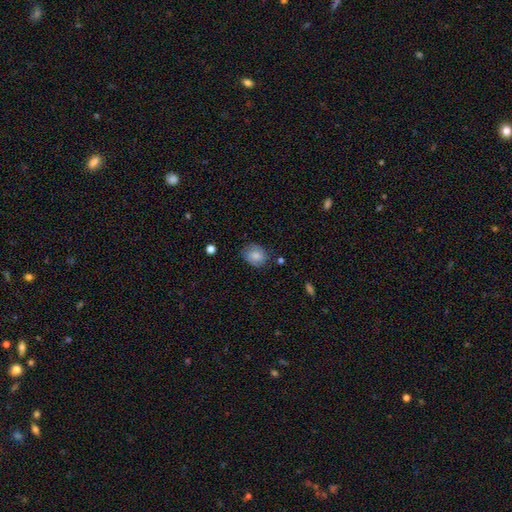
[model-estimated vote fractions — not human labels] smooth_or_featured: smooth (p=0.69) [alt: featured or disk p=0.23]
how_rounded: in between (p=0.50) [alt: round p=0.49]
merging: none (p=0.72) [alt: minor disturbance p=0.20]